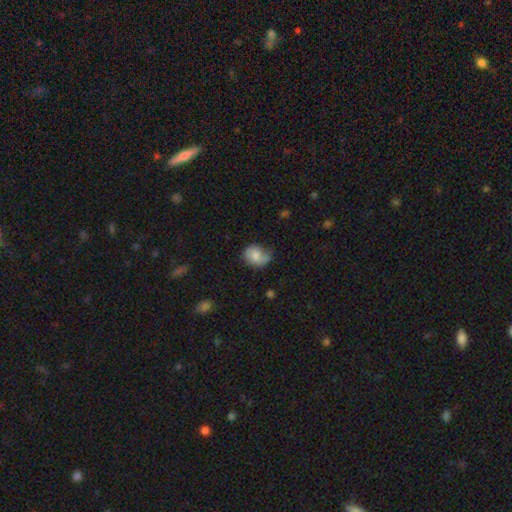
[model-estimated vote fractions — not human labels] Smooth or featured? smooth (65%)
How rounded? round (54%)
Merging? none (47%)